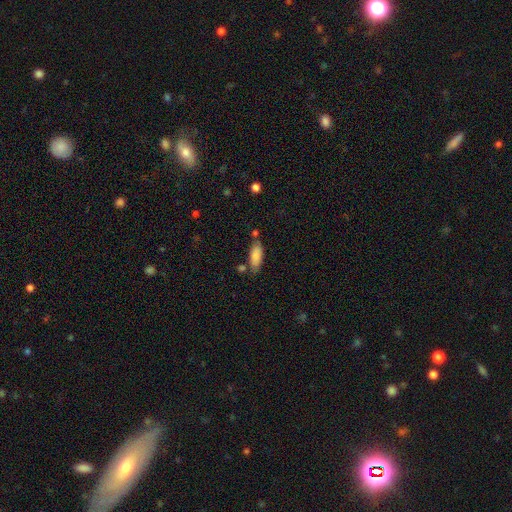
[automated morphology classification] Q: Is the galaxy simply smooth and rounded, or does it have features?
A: smooth — 85%.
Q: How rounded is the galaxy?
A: in between — 75%.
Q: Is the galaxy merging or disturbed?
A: none — 68%.